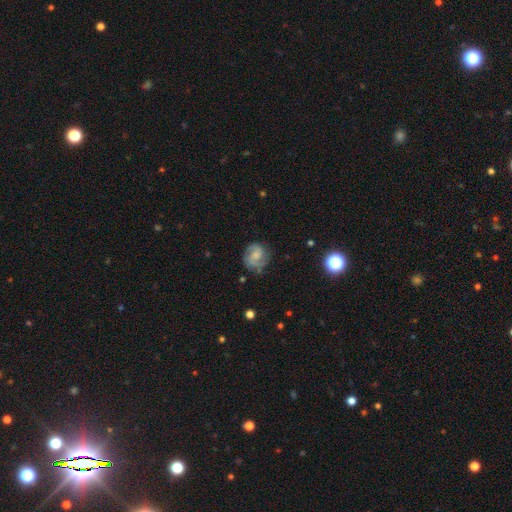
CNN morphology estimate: smooth-or-featured: featured or disk: 78% | smooth: 15% | star or artifact: 7%
  disk-edge-on: no: 98% | yes: 2%
    bar: no: 49% | weak: 43% | strong: 9%
    has-spiral-arms: yes: 96% | no: 4%
      spiral-winding: medium: 49% | tight: 35% | loose: 16%
      spiral-arm-count: 2: 80% | 3: 7% | can't tell: 7% | 1: 3% | 4: 2% | more than 4: 2%
    bulge-size: small: 32% | none: 31% | moderate: 29% | large: 6% | dominant: 1%
  merging: none: 76% | minor disturbance: 16% | major disturbance: 7% | merger: 2%